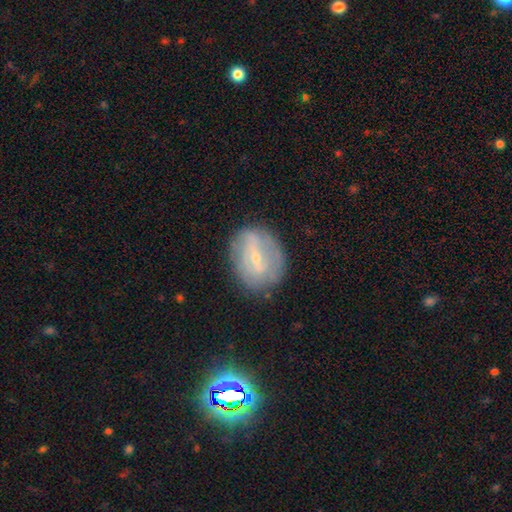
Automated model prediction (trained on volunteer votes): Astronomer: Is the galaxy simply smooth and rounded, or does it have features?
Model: featured or disk — 66%.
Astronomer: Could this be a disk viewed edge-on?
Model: no — 94%.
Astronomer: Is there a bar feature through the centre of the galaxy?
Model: weak — 46% (runner-up: strong, 30%).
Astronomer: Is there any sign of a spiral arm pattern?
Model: yes — 60% (runner-up: no, 40%).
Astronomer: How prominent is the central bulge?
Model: small — 70%.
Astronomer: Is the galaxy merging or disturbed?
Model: none — 73%.